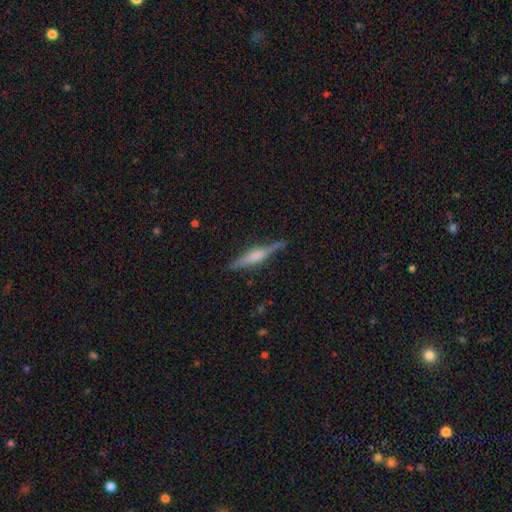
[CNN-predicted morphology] type=featured or disk (73%); edge-on=yes (98%); edge-on bulge=rounded (62%); merging=none (87%).